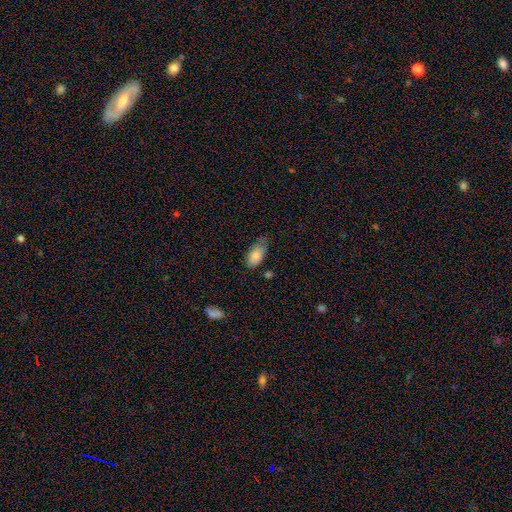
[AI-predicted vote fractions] Morphology: type=smooth (84%); roundness=in between (93%); merging=none (53%).